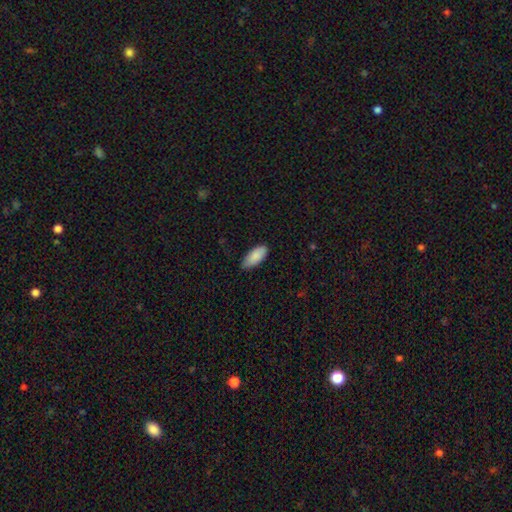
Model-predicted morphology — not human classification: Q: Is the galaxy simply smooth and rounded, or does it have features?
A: smooth — 88%.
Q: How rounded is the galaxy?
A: in between — 88%.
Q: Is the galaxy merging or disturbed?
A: none — 75%.